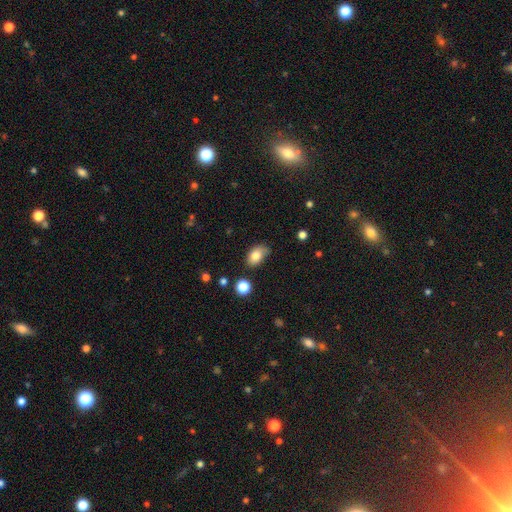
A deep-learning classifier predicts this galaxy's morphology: Q: Smooth or featured?
A: smooth (80%); runner-up: featured or disk (11%)
Q: How rounded?
A: in between (87%); runner-up: round (12%)
Q: Merging?
A: none (63%); runner-up: minor disturbance (28%)